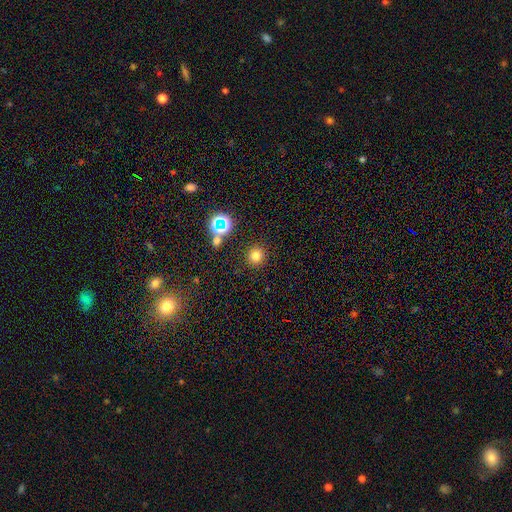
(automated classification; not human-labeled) A smooth galaxy with no disk features (75%) that is round (93%).

Vote fractions:
- Smooth or featured? smooth: 75% / star or artifact: 19% / featured or disk: 6%
- How rounded? round: 93% / in between: 6% / cigar-shaped: 1%
- Merging? none: 88% / minor disturbance: 6% / merger: 3% / major disturbance: 3%